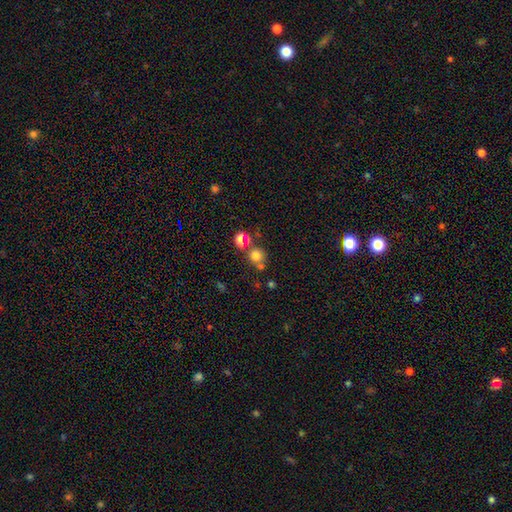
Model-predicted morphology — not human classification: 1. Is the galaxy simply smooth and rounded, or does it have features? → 73% smooth, 17% star or artifact, 10% featured or disk.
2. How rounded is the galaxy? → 85% round, 14% in between, 1% cigar-shaped.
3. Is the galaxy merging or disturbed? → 58% none, 29% merger, 9% minor disturbance, 4% major disturbance.